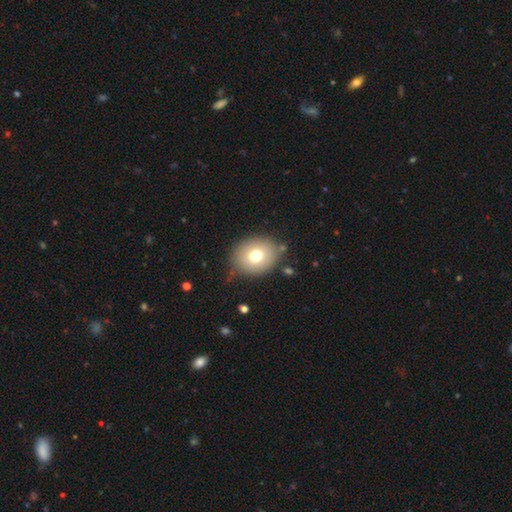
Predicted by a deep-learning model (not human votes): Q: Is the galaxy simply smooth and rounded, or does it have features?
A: smooth — 73%.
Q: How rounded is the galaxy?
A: round — 52%.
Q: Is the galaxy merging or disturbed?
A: none — 78%.